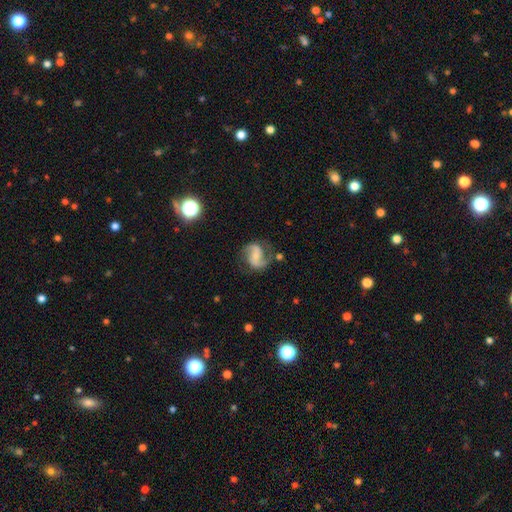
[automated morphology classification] smooth-or-featured: featured or disk: 81% | smooth: 12% | star or artifact: 7%
  disk-edge-on: no: 98% | yes: 2%
    bar: weak: 40% | no: 39% | strong: 21%
    has-spiral-arms: yes: 95% | no: 5%
      spiral-winding: medium: 45% | loose: 42% | tight: 12%
      spiral-arm-count: 2: 91% | 1: 3% | can't tell: 3% | 3: 1% | 4: 1% | more than 4: 1%
    bulge-size: small: 44% | none: 31% | moderate: 20% | large: 4% | dominant: 2%
  merging: none: 68% | minor disturbance: 18% | major disturbance: 10% | merger: 4%